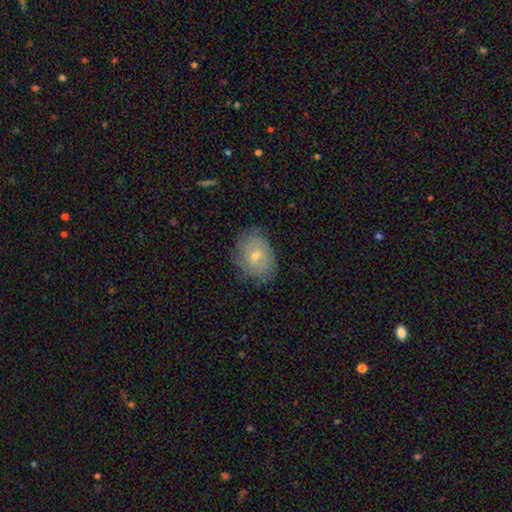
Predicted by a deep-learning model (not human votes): smooth_or_featured: featured or disk (p=0.58) [alt: smooth p=0.33]
disk_edge_on: no (p=0.96) [alt: yes p=0.04]
bar: no (p=0.67) [alt: weak p=0.28]
has_spiral_arms: yes (p=0.82) [alt: no p=0.18]
bulge_size: small (p=0.54) [alt: moderate p=0.42]
merging: none (p=0.77) [alt: minor disturbance p=0.17]